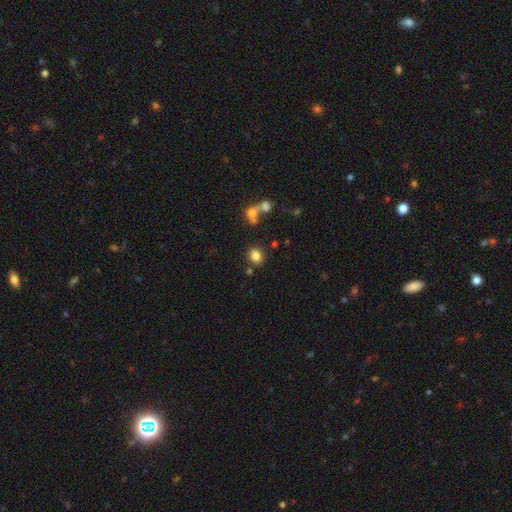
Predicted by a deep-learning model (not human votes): A smooth galaxy with no disk features (82%) that is round (70%).

Vote fractions:
- Smooth or featured? smooth: 82% / star or artifact: 12% / featured or disk: 6%
- How rounded? round: 70% / in between: 29% / cigar-shaped: 1%
- Merging? none: 80% / minor disturbance: 9% / merger: 7% / major disturbance: 3%